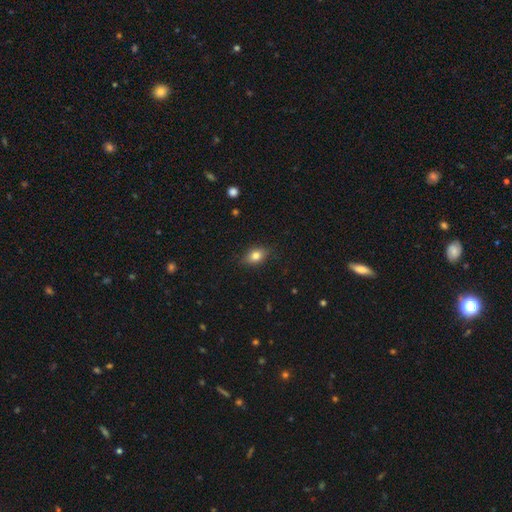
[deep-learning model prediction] This appears to be a smooth galaxy with no disk features (80%) that is in between round and cigar-shaped (76%). Merging: none (83%).